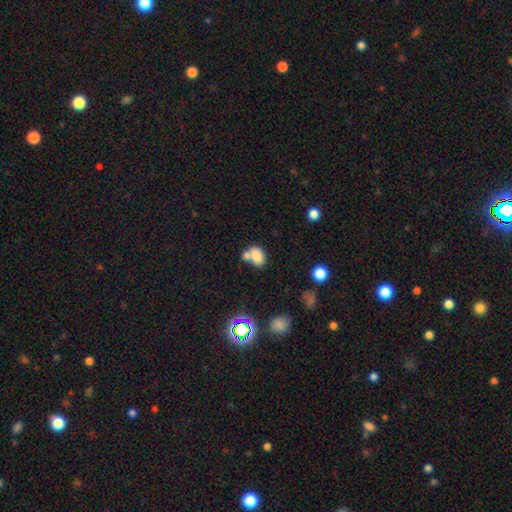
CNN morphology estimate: Smooth or featured: smooth — 80% (star or artifact — 11%)
How rounded: in between — 78% (round — 21%)
Merging: merger — 44% (none — 38%)